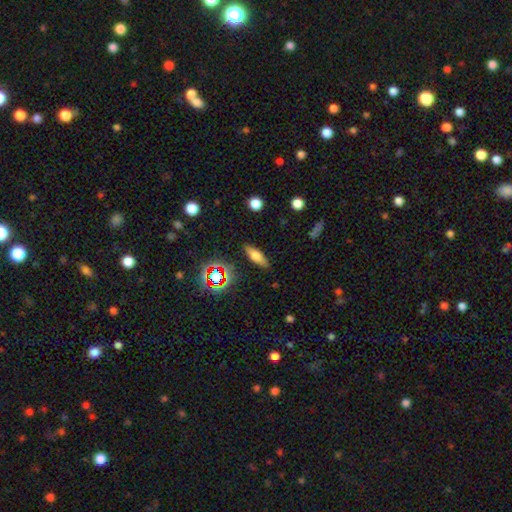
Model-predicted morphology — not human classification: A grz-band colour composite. It shows a smooth galaxy with no disk features (62%) that is in between round and cigar-shaped (55%). Merging: none (85%).